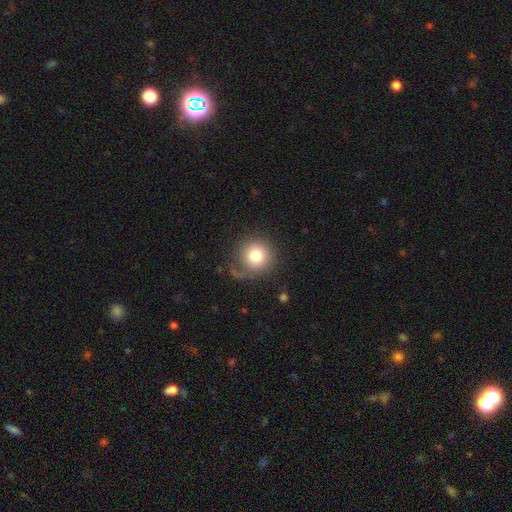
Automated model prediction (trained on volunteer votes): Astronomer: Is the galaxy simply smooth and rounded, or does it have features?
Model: smooth — 79%.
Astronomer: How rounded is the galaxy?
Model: round — 93%.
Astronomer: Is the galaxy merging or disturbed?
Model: none — 71%.